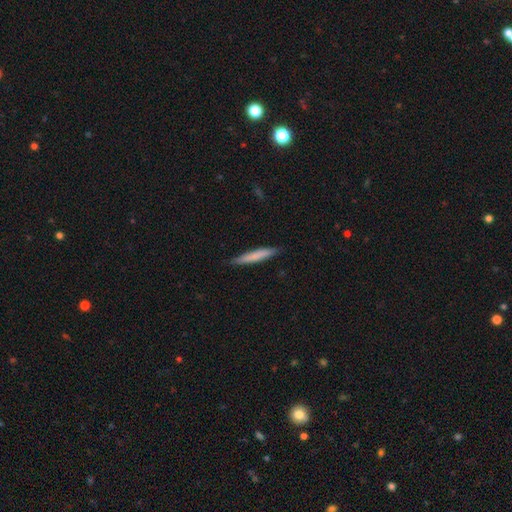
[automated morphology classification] A smooth galaxy with no disk features (74%) that is cigar-shaped (95%). Merging: none (88%).